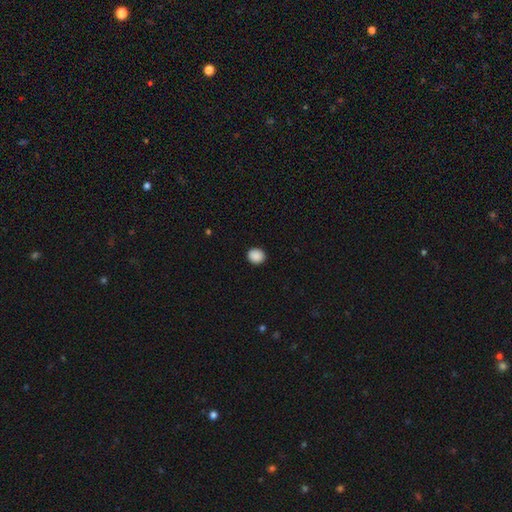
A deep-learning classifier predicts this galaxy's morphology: A smooth galaxy with no disk features (89%) that is round (77%).

Vote fractions:
- Smooth or featured? smooth: 89% / star or artifact: 9% / featured or disk: 2%
- How rounded? round: 77% / in between: 22% / cigar-shaped: 1%
- Merging? none: 92% / minor disturbance: 6% / major disturbance: 2% / merger: 1%